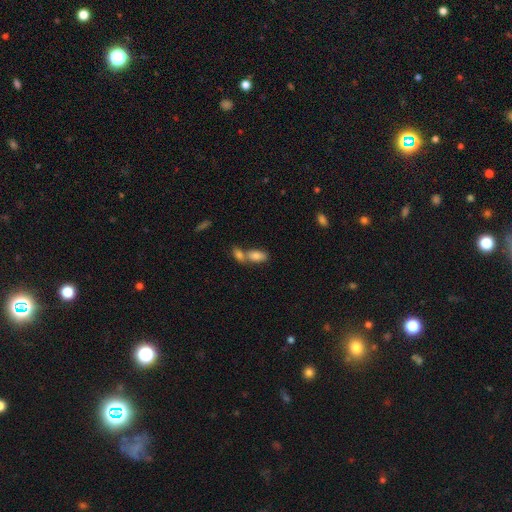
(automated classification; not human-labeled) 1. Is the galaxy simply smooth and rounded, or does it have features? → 81% smooth, 11% featured or disk, 8% star or artifact.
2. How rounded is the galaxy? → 91% in between, 5% cigar-shaped, 4% round.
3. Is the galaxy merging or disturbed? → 55% merger, 33% none, 8% minor disturbance, 3% major disturbance.